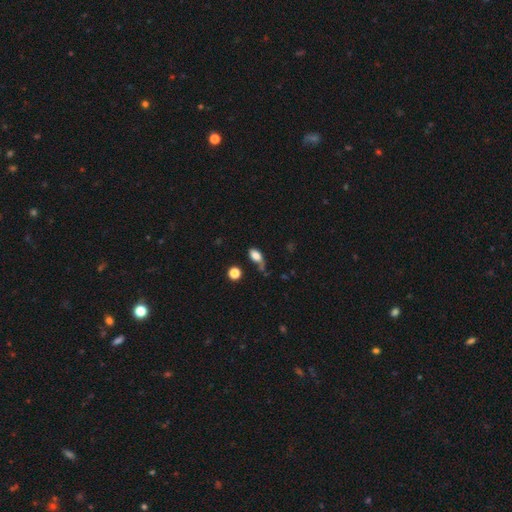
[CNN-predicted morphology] The model was most divided on "merging": none: 42%, minor disturbance: 29%, major disturbance: 18%, merger: 10%. More confident: how rounded — in between (83%); smooth or featured — smooth (79%).